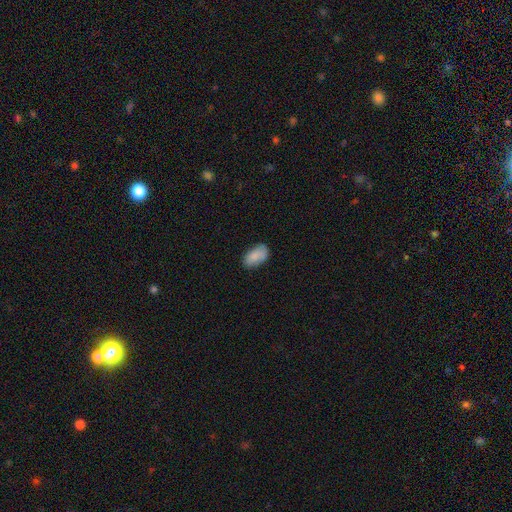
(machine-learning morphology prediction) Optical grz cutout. It shows a smooth galaxy with no disk features (86%) that is in between round and cigar-shaped (93%). Merging: none (78%).